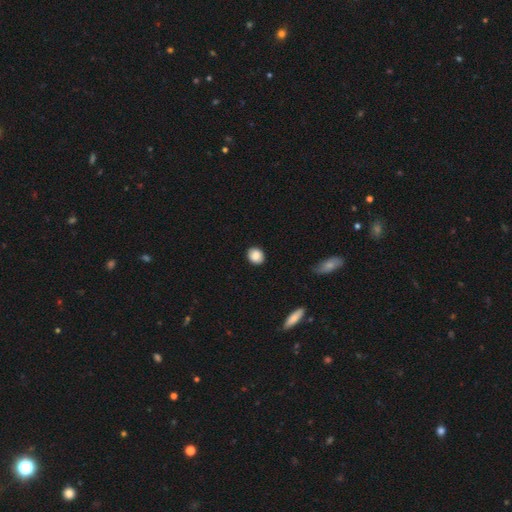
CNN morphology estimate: This is clearly a smooth galaxy (86%). How rounded: likely round (61%). Merging: clearly none (89%).